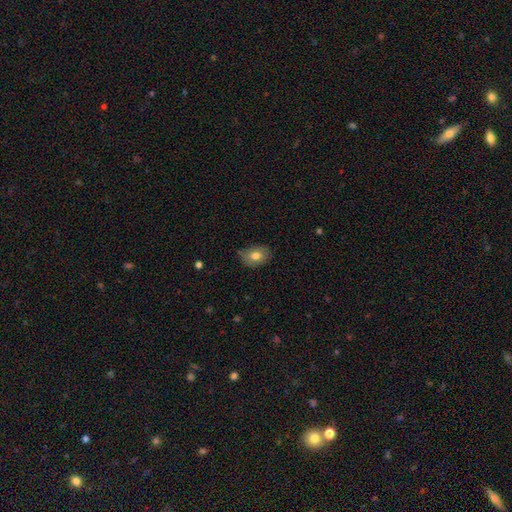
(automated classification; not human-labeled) Smooth or featured? smooth (76%)
How rounded? in between (74%)
Merging? none (78%)